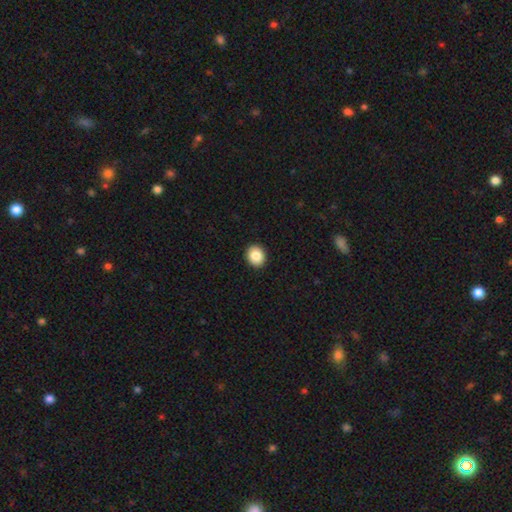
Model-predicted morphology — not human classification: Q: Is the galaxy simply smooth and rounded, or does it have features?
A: smooth — 87%.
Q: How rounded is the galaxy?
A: round — 66%.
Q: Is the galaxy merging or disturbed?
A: none — 93%.